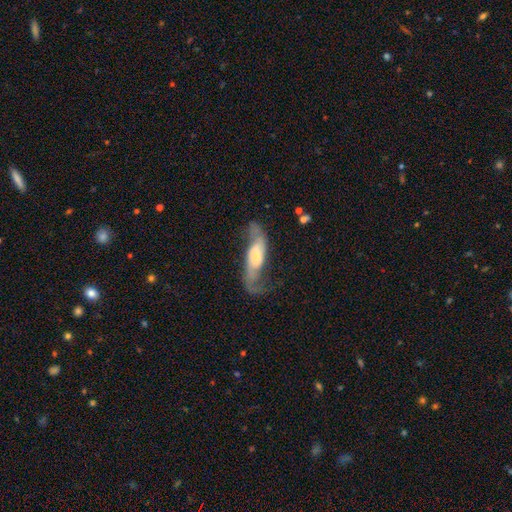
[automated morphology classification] Smooth or featured?
  - featured or disk: 78% *
  - smooth: 16%
  - star or artifact: 6%
Edge-on disk?
  - no: 86% *
  - yes: 14%
Bar?
  - no: 48% *
  - weak: 34%
  - strong: 18%
Spiral arms?
  - yes: 93% *
  - no: 7%
Spiral winding?
  - loose: 67% *
  - medium: 26%
  - tight: 7%
Spiral arm count?
  - 2: 87% *
  - 1: 6%
  - can't tell: 4%
  - 3: 1%
  - 4: 1%
  - more than 4: 1%
Bulge size?
  - moderate: 38% *
  - small: 35%
  - large: 16%
  - none: 7%
  - dominant: 4%
Merging?
  - none: 59% *
  - major disturbance: 20%
  - minor disturbance: 19%
  - merger: 3%